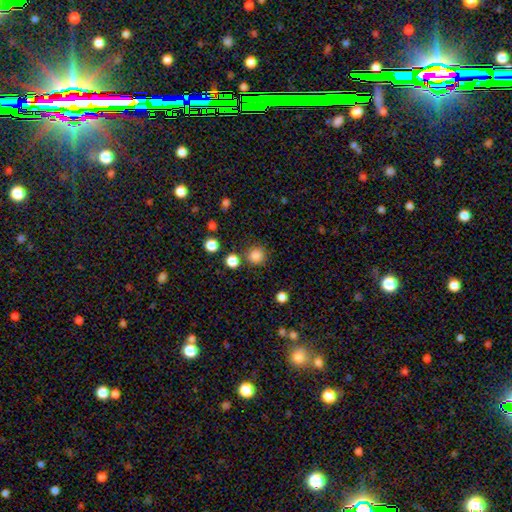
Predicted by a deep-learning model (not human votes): smooth-or-featured: smooth: 84% | star or artifact: 12% | featured or disk: 3%
  how-rounded: round: 93% | in between: 6% | cigar-shaped: 1%
  merging: none: 83% | minor disturbance: 8% | merger: 6% | major disturbance: 3%